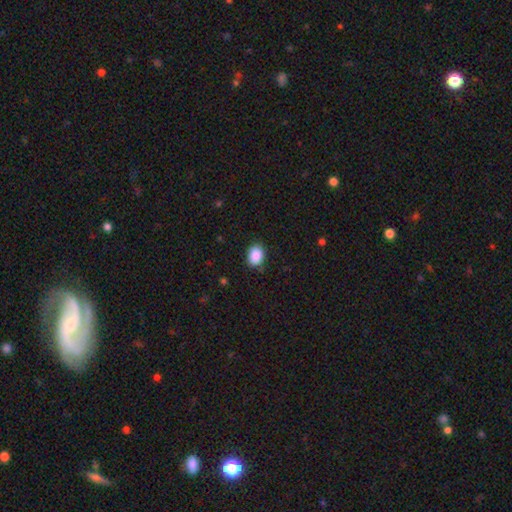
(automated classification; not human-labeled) Smooth or featured?
  - smooth: 89% *
  - star or artifact: 8%
  - featured or disk: 4%
How rounded?
  - in between: 71% *
  - round: 28%
  - cigar-shaped: 1%
Merging?
  - none: 86% *
  - minor disturbance: 10%
  - major disturbance: 2%
  - merger: 1%